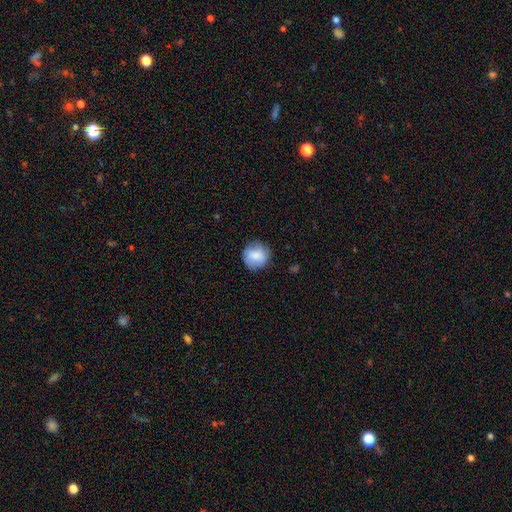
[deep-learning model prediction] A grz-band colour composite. It shows a smooth galaxy with no disk features (81%) that is round (90%). Merging: none (79%).